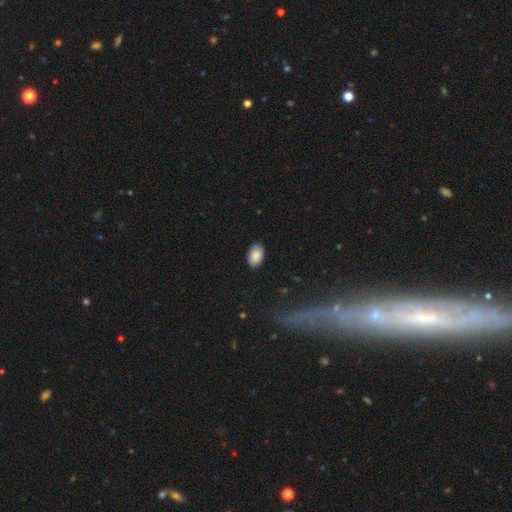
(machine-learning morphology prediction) Smooth or featured? Predicted: smooth (p=0.88). How rounded? Predicted: in between (p=0.93). Merging? Predicted: none (p=0.89).